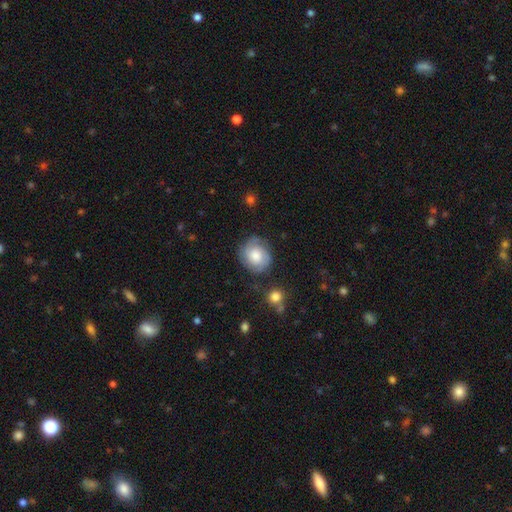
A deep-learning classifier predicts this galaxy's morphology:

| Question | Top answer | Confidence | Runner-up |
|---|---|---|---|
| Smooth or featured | featured or disk | 52% | smooth (41%) |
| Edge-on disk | no | 98% | yes (2%) |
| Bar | no | 74% | weak (23%) |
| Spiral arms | yes | 87% | no (13%) |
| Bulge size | moderate | 42% | large (36%) |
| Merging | none | 75% | minor disturbance (17%) |